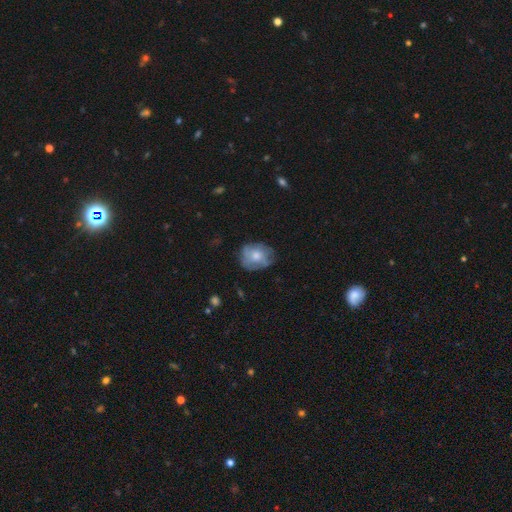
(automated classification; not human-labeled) smooth-or-featured: smooth: 53% | featured or disk: 39% | star or artifact: 8%
  how-rounded: round: 58% | in between: 41% | cigar-shaped: 1%
  merging: none: 65% | minor disturbance: 24% | major disturbance: 9% | merger: 1%